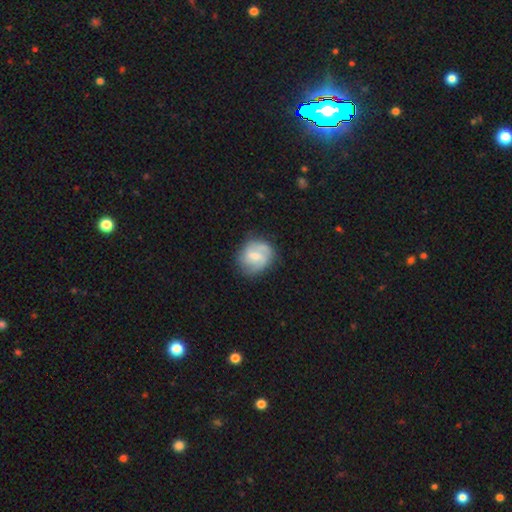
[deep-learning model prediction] Smooth or featured: featured or disk — 48% (smooth — 45%)
Merging: none — 67% (minor disturbance — 22%)